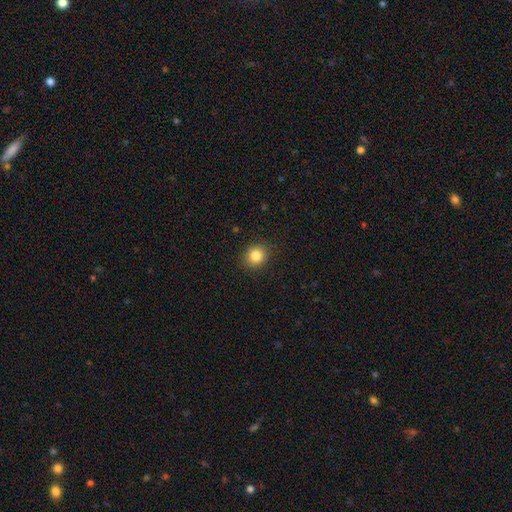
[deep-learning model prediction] smooth-or-featured: smooth: 84% | star or artifact: 11% | featured or disk: 6%
  how-rounded: round: 81% | in between: 18% | cigar-shaped: 1%
  merging: none: 90% | minor disturbance: 7% | major disturbance: 2% | merger: 1%